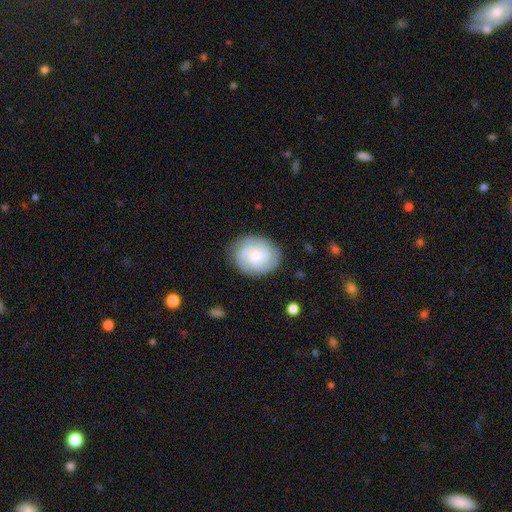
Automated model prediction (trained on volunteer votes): A featured or disk galaxy (67%) with no bar (64%), 3 (35%) tight (51%) spiral arms (94%) and a small central bulge (50%). Merging: none (81%).